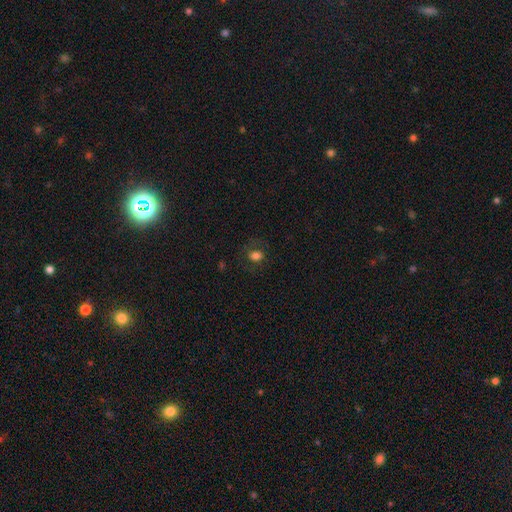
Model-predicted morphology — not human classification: type=smooth (74%); roundness=in between (56%); merging=none (74%).